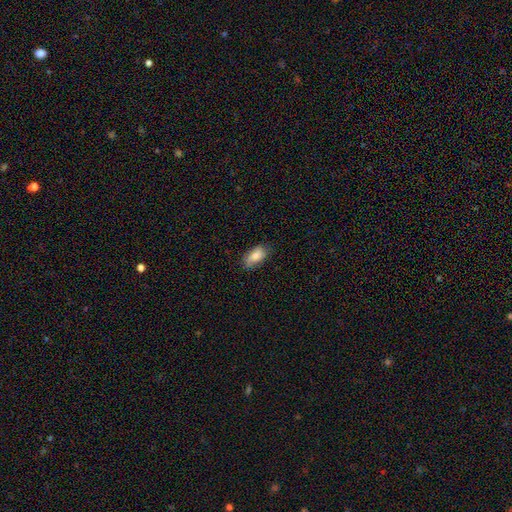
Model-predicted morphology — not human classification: The model was most divided on "merging": none: 68%, minor disturbance: 25%, major disturbance: 6%, merger: 1%. More confident: how rounded — in between (90%); smooth or featured — smooth (79%).